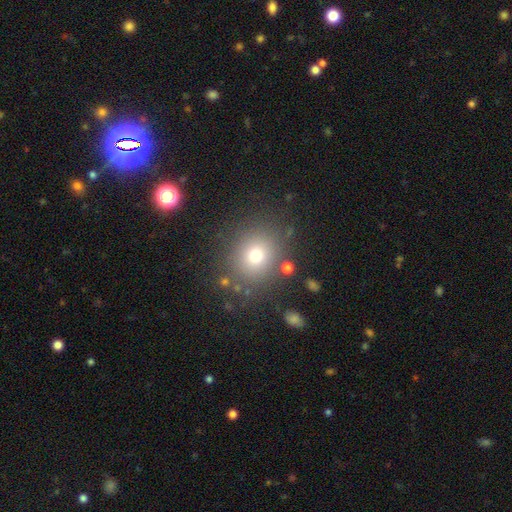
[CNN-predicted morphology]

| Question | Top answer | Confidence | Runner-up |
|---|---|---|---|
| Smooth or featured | smooth | 72% | star or artifact (16%) |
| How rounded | round | 79% | in between (20%) |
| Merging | none | 82% | minor disturbance (9%) |